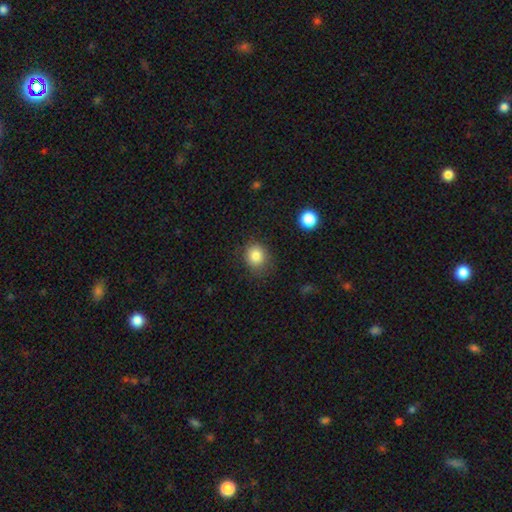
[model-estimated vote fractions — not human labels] Smooth or featured: smooth — 83% (star or artifact — 11%)
How rounded: round — 73% (in between — 27%)
Merging: none — 78% (minor disturbance — 15%)